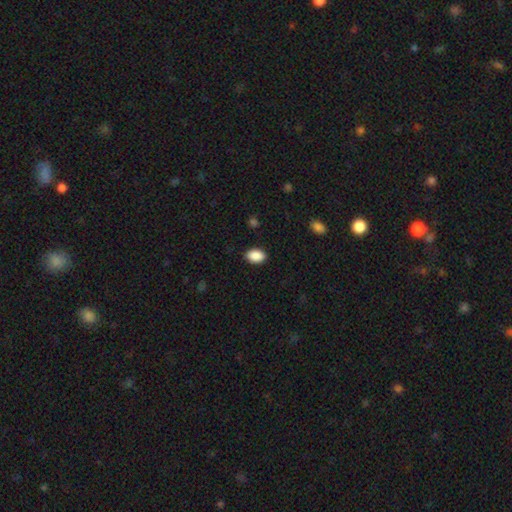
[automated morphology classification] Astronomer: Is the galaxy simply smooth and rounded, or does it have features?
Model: smooth — 90%.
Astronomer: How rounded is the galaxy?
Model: in between — 90%.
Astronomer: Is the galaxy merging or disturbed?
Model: none — 89%.